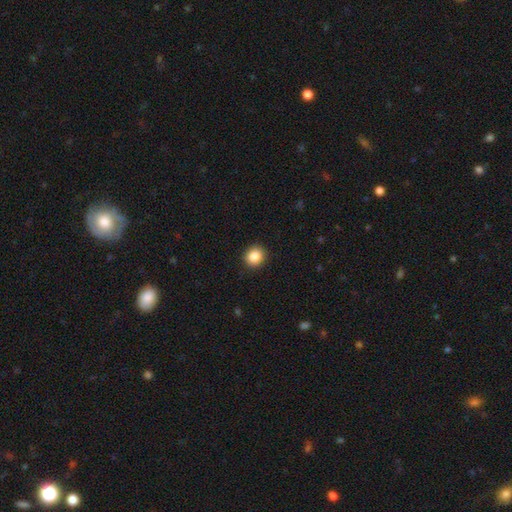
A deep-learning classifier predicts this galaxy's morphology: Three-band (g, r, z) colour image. It shows a smooth galaxy with no disk features (87%) that is round (80%). Merging: none (91%).